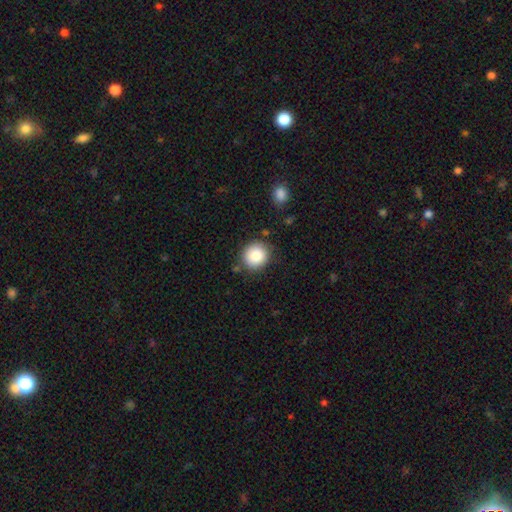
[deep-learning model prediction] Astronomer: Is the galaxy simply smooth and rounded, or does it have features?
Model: smooth — 86%.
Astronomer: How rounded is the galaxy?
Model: round — 89%.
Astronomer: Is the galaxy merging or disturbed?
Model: none — 83%.